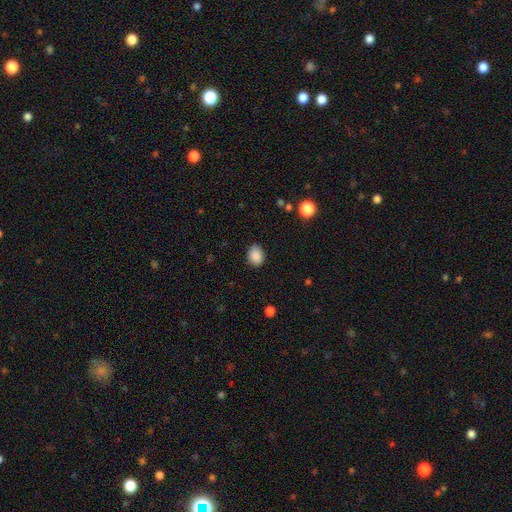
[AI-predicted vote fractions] A smooth galaxy with no disk features (88%) that is in between round and cigar-shaped (52%). Merging: none (84%).